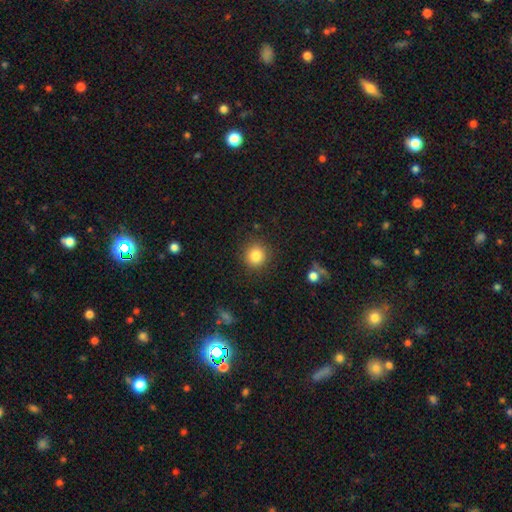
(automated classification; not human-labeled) Overall: smooth (83%). How rounded: round (92%). Merging: none (89%).